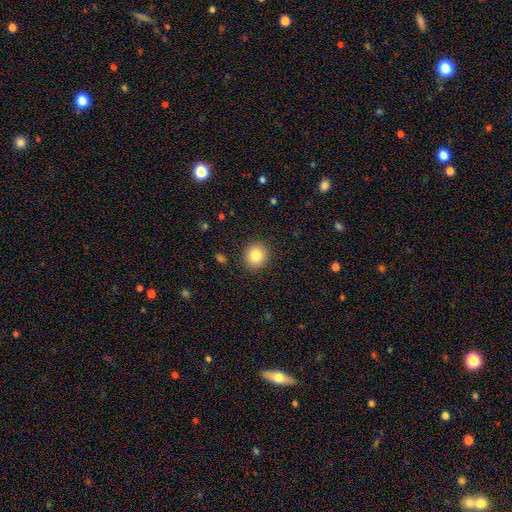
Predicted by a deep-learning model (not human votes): The model was most divided on "how rounded": round: 84%, in between: 15%, cigar-shaped: 1%. More confident: merging — none (90%); smooth or featured — smooth (84%).